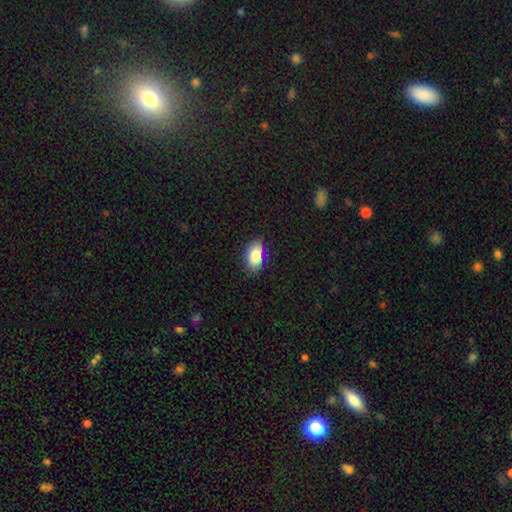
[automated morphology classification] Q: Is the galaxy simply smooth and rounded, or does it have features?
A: smooth — 83%.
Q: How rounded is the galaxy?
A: in between — 90%.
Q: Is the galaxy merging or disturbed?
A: none — 82%.